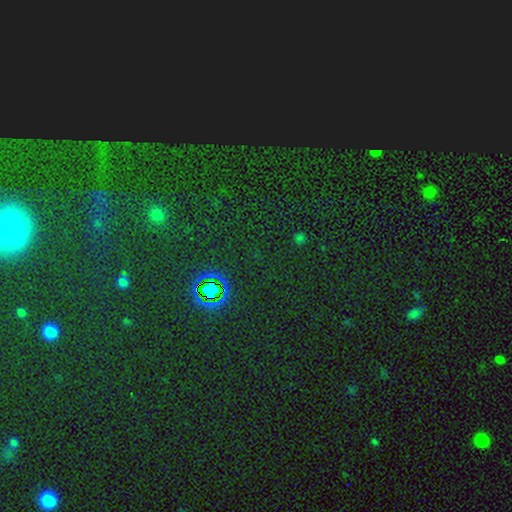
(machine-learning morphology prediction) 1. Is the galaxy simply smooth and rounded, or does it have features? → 77% star or artifact, 13% smooth, 10% featured or disk.